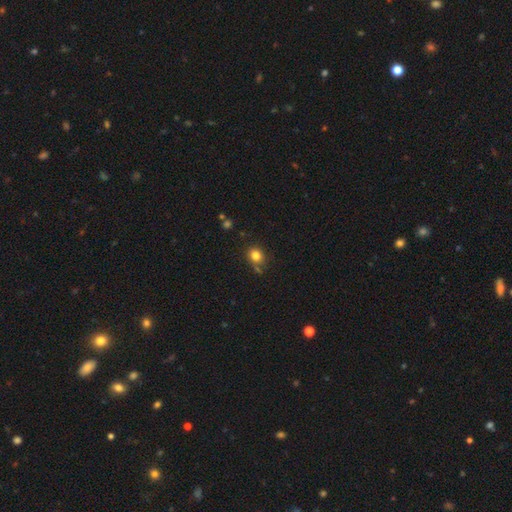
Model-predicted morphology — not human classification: Smooth or featured? smooth (82%)
How rounded? round (72%)
Merging? none (75%)